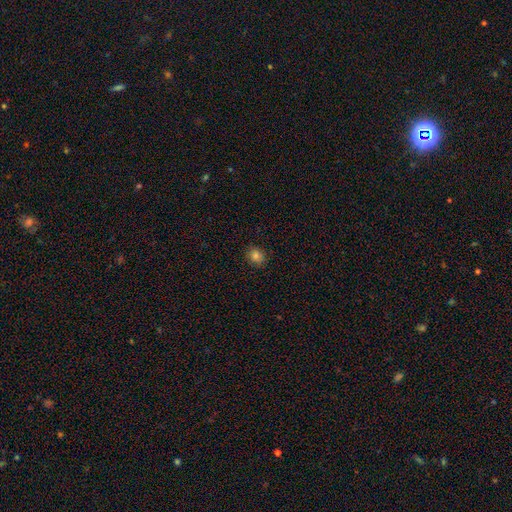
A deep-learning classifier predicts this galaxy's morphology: This is clearly a smooth galaxy (82%). How rounded: likely round (72%). Merging: clearly none (87%).